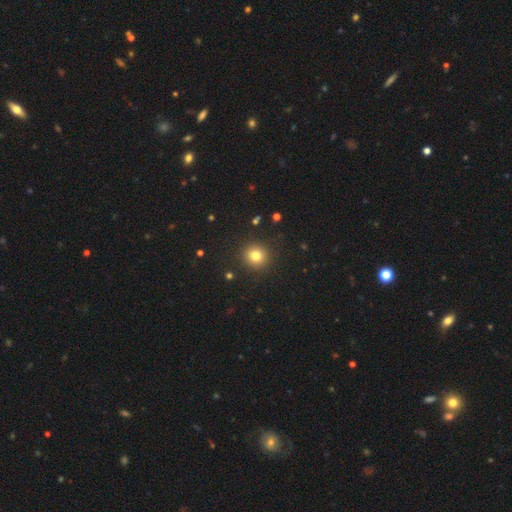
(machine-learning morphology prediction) The model was most divided on "smooth or featured": smooth: 79%, star or artifact: 13%, featured or disk: 7%. More confident: how rounded — round (93%); merging — none (91%).